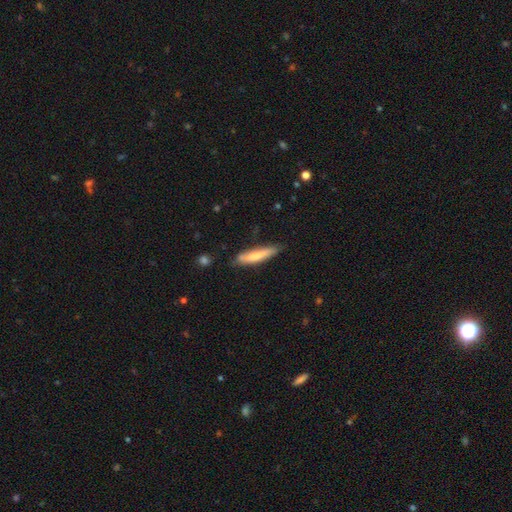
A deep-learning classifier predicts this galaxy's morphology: type=smooth (71%); roundness=cigar-shaped (87%); merging=none (72%).